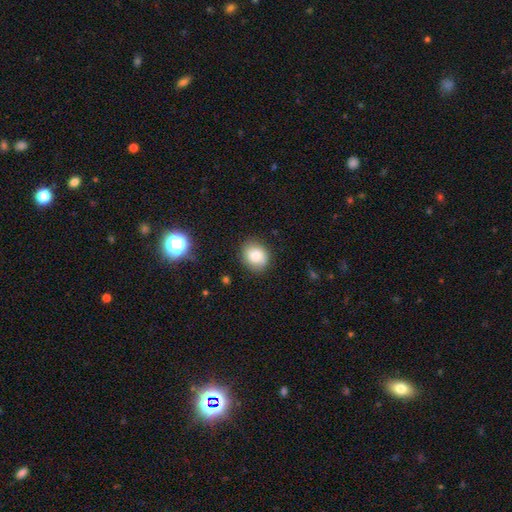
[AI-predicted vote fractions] A smooth galaxy with no disk features (78%) that is round (68%).

Vote fractions:
- Smooth or featured? smooth: 78% / featured or disk: 12% / star or artifact: 10%
- How rounded? round: 68% / in between: 32% / cigar-shaped: 1%
- Merging? none: 83% / minor disturbance: 13% / major disturbance: 3% / merger: 1%